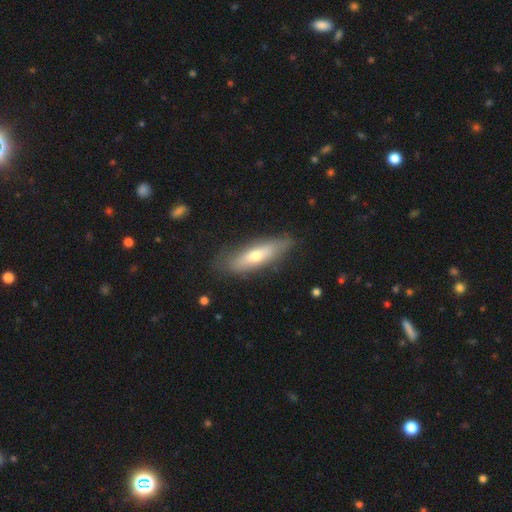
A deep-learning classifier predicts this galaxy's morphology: type=smooth (54%); roundness=cigar-shaped (64%); merging=none (78%).